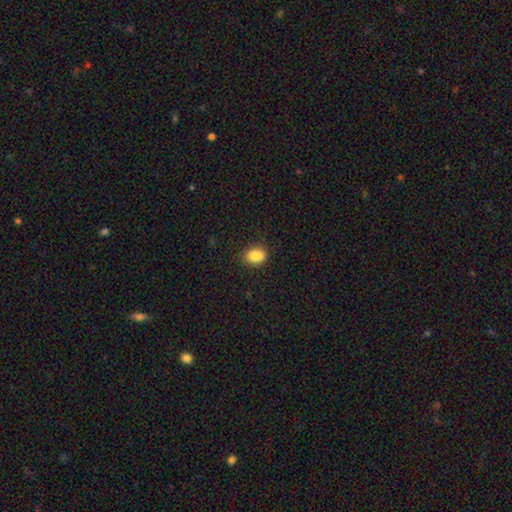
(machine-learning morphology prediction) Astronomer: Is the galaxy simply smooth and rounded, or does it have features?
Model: smooth — 86%.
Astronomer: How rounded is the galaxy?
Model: in between — 76%.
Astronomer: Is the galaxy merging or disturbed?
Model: none — 80%.